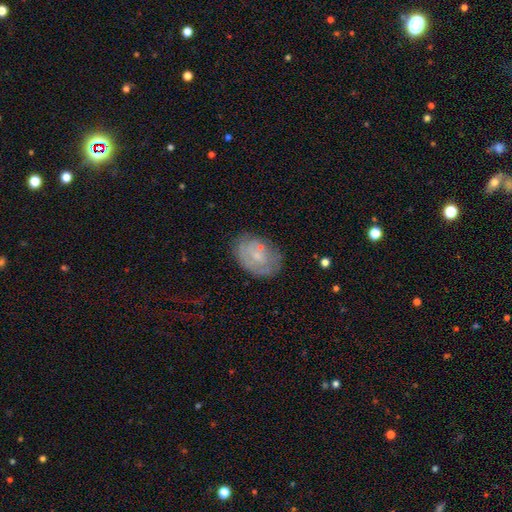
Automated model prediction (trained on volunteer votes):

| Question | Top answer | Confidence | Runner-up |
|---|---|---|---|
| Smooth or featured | featured or disk | 47% | smooth (43%) |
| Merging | none | 68% | minor disturbance (21%) |